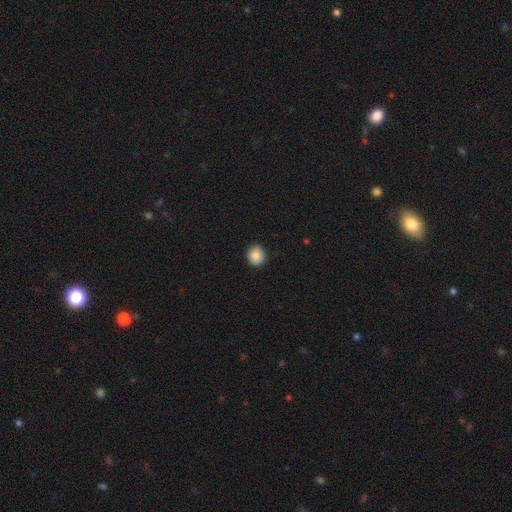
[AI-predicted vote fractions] This is clearly a smooth galaxy (88%). How rounded: clearly round (80%). Merging: clearly none (90%).